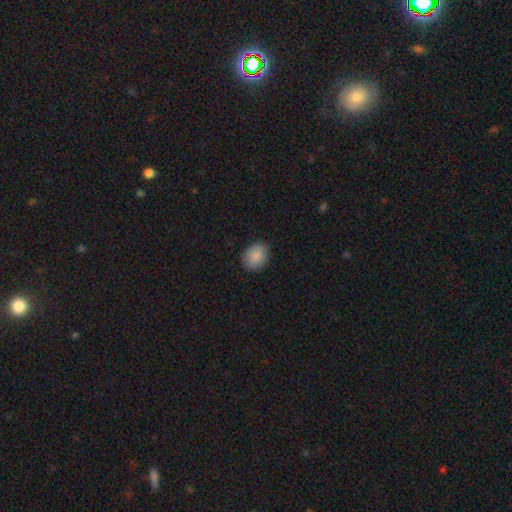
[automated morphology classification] type=smooth (88%); roundness=round (56%); merging=none (87%).